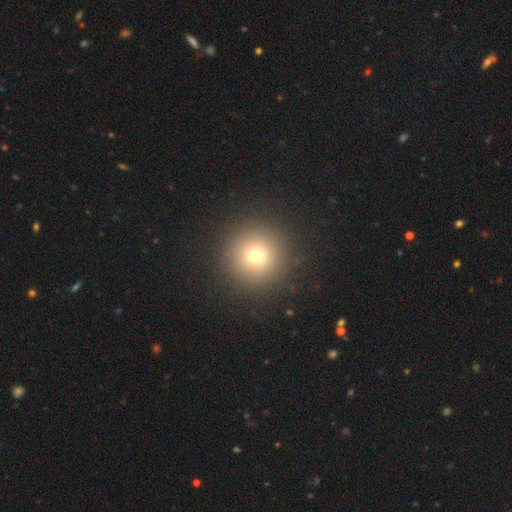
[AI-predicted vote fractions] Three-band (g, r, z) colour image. It shows a smooth galaxy with no disk features (72%) that is round (96%). Merging: none (90%).